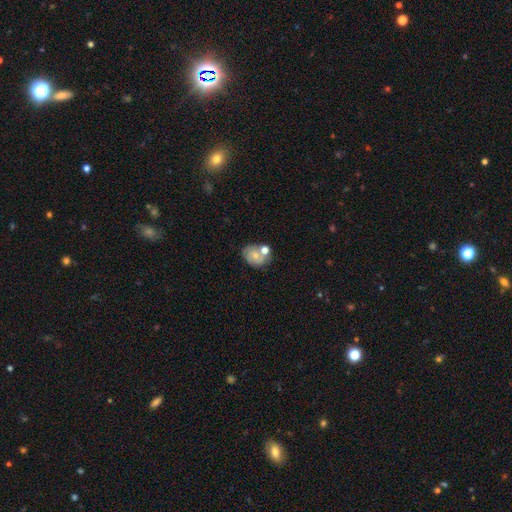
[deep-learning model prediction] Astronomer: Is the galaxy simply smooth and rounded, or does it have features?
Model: smooth — 56% (runner-up: featured or disk, 35%).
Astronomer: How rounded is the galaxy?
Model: in between — 52% (runner-up: round, 47%).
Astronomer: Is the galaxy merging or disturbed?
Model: none — 43% (runner-up: merger, 33%).